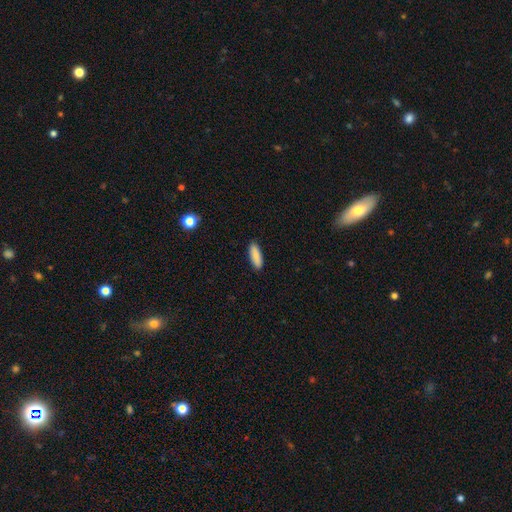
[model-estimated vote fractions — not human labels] Smooth or featured? Predicted: smooth (p=0.87). How rounded? Predicted: in between (p=0.63). Merging? Predicted: none (p=0.89).